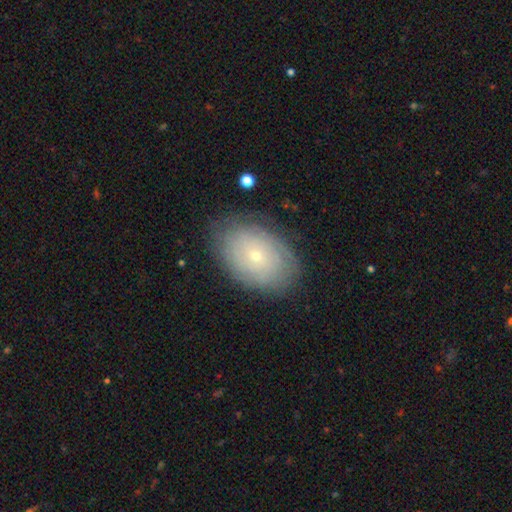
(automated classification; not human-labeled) A featured or disk galaxy (50%). Merging: none (81%).